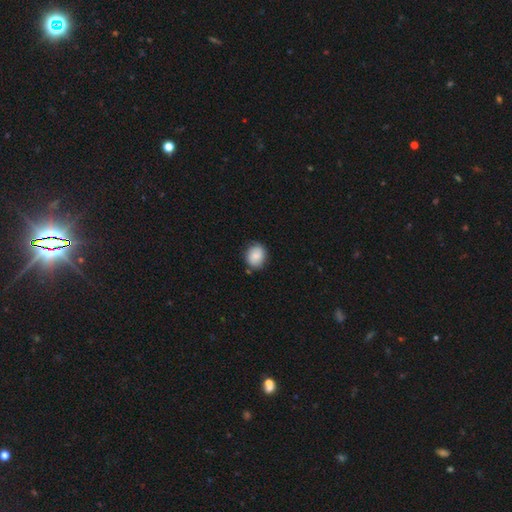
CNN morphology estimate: Smooth or featured?
  - smooth: 80% *
  - featured or disk: 12%
  - star or artifact: 8%
How rounded?
  - round: 64% *
  - in between: 35%
  - cigar-shaped: 1%
Merging?
  - none: 79% *
  - minor disturbance: 15%
  - major disturbance: 3%
  - merger: 2%